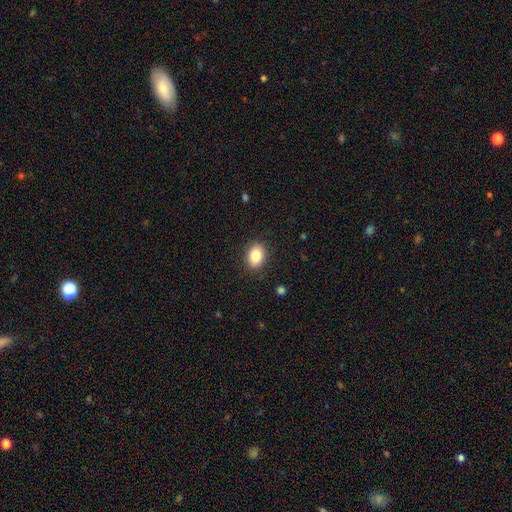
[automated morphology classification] A smooth galaxy with no disk features (84%) that is in between round and cigar-shaped (72%).

Vote fractions:
- Smooth or featured? smooth: 84% / star or artifact: 9% / featured or disk: 8%
- How rounded? in between: 72% / round: 27% / cigar-shaped: 1%
- Merging? none: 89% / minor disturbance: 8% / major disturbance: 2% / merger: 1%